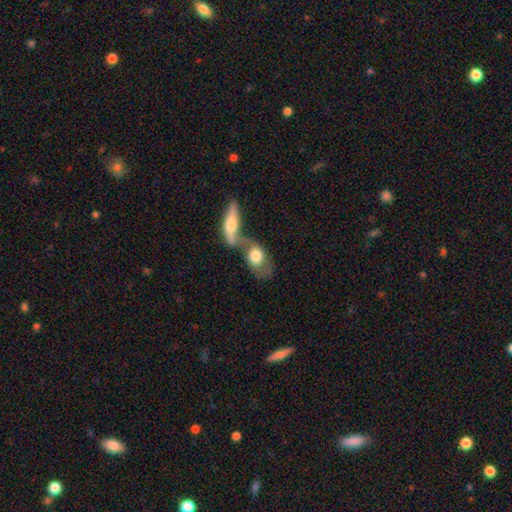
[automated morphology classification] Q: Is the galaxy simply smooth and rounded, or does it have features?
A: smooth — 63%.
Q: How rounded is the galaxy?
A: in between — 80%.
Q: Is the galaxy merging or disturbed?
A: merger — 69%.